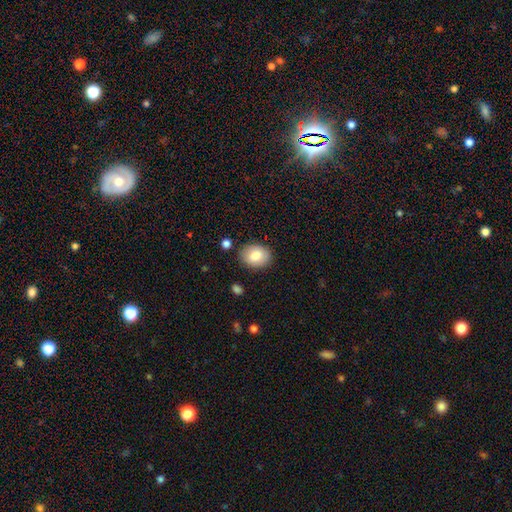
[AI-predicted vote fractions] Overall: smooth (84%). How rounded: in between (63%; round 36%). Merging: none (85%).